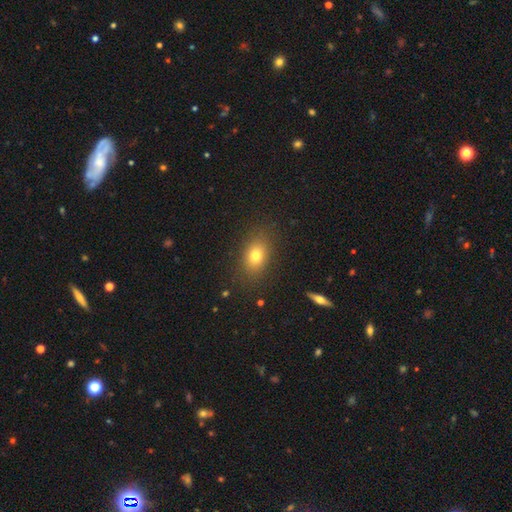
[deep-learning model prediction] Smooth or featured? smooth (76%)
How rounded? in between (73%)
Merging? none (85%)